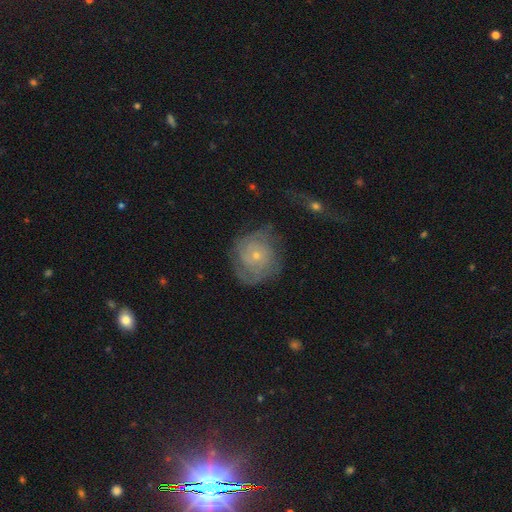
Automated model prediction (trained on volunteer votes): smooth_or_featured: featured or disk (p=0.73) [alt: smooth p=0.20]
disk_edge_on: no (p=0.98) [alt: yes p=0.02]
bar: no (p=0.82) [alt: weak p=0.15]
has_spiral_arms: yes (p=0.89) [alt: no p=0.11]
spiral_winding: tight (p=0.65) [alt: medium p=0.26]
spiral_arm_count: can't tell (p=0.37) [alt: 2 p=0.25]
bulge_size: small (p=0.75) [alt: moderate p=0.21]
merging: none (p=0.62) [alt: minor disturbance p=0.22]